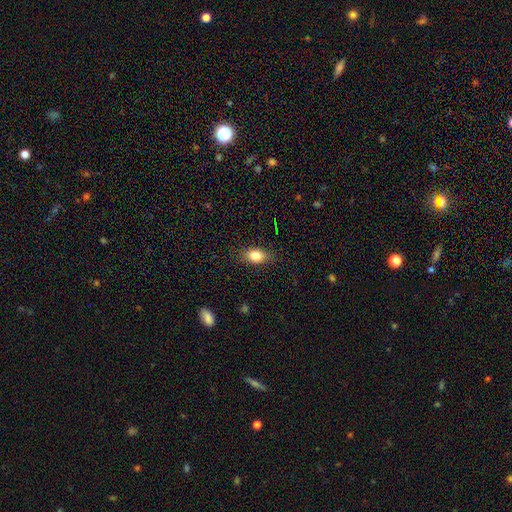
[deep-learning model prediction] smooth-or-featured: smooth: 82% | star or artifact: 9% | featured or disk: 9%
  how-rounded: in between: 81% | round: 16% | cigar-shaped: 3%
  merging: none: 84% | minor disturbance: 12% | major disturbance: 3% | merger: 1%